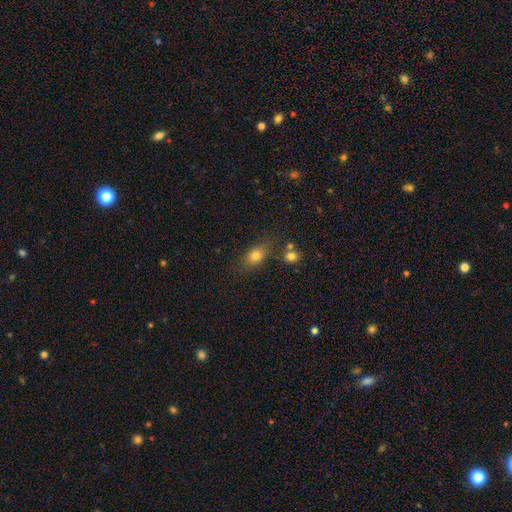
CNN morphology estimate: Smooth or featured? smooth (77%)
How rounded? in between (69%)
Merging? none (72%)